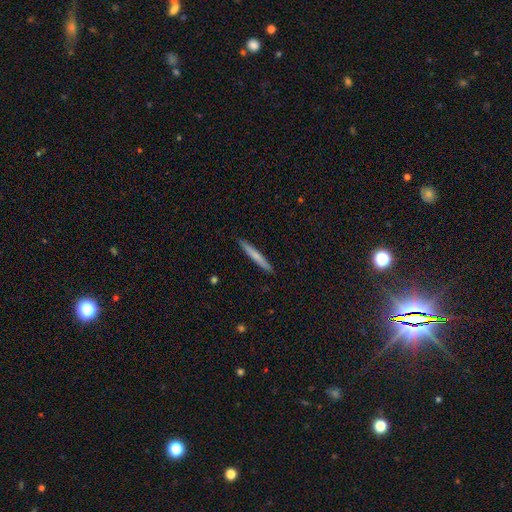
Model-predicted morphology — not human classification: smooth-or-featured: smooth: 69% | featured or disk: 26% | star or artifact: 5%
  how-rounded: cigar-shaped: 96% | in between: 2% | round: 1%
  merging: none: 92% | minor disturbance: 6% | major disturbance: 1% | merger: 1%